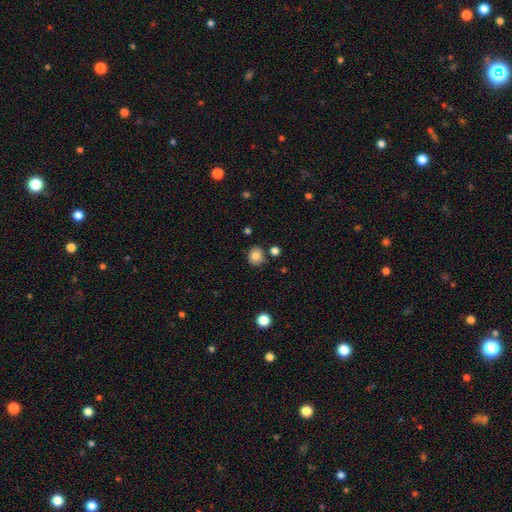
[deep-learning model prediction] Smooth or featured? Predicted: smooth (p=0.79). How rounded? Predicted: round (p=0.82). Merging? Predicted: none (p=0.80).